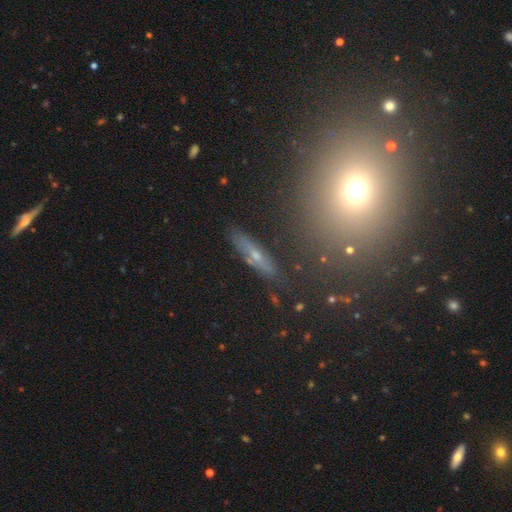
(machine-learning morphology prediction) A featured or disk galaxy (42%, tied with smooth).

Vote fractions:
- Smooth or featured? featured or disk: 42% (tied) / smooth: 42% (tied) / star or artifact: 15%
- Merging? none: 82% / minor disturbance: 11% / merger: 3% / major disturbance: 3%